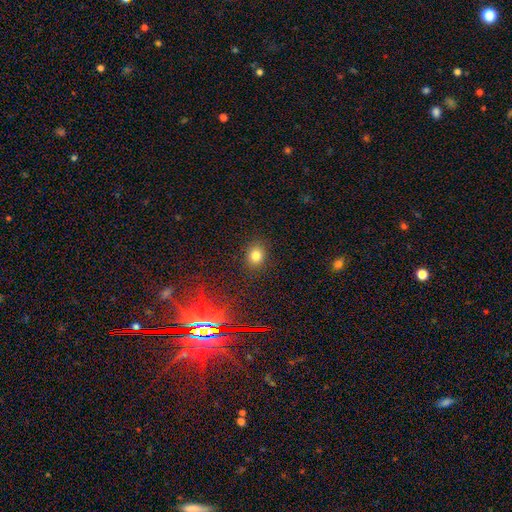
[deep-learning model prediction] Morphology: type=smooth (79%); roundness=round (65%); merging=none (88%).